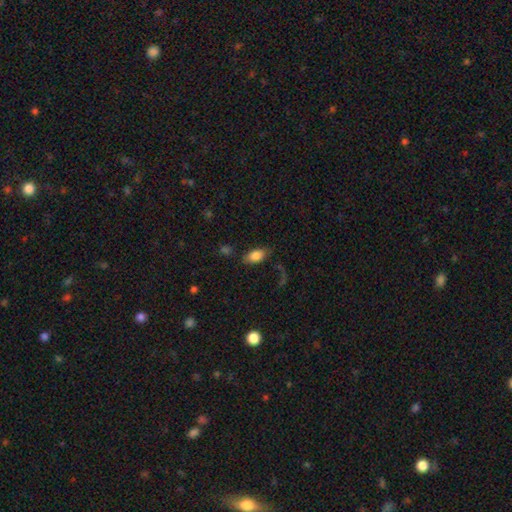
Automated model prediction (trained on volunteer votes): A smooth galaxy with no disk features (83%) that is in between round and cigar-shaped (91%).

Vote fractions:
- Smooth or featured? smooth: 83% / featured or disk: 9% / star or artifact: 8%
- How rounded? in between: 91% / round: 5% / cigar-shaped: 4%
- Merging? none: 74% / minor disturbance: 17% / major disturbance: 6% / merger: 3%